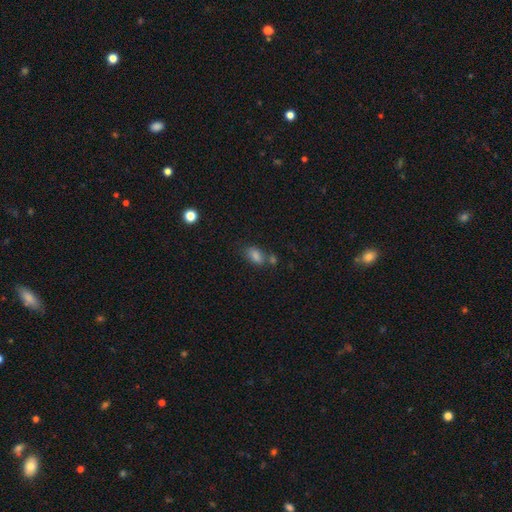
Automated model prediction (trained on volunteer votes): A smooth galaxy with no disk features (81%) that is in between round and cigar-shaped (87%).

Vote fractions:
- Smooth or featured? smooth: 81% / star or artifact: 11% / featured or disk: 9%
- How rounded? in between: 87% / round: 10% / cigar-shaped: 3%
- Merging? none: 48% / merger: 28% / minor disturbance: 17% / major disturbance: 6%